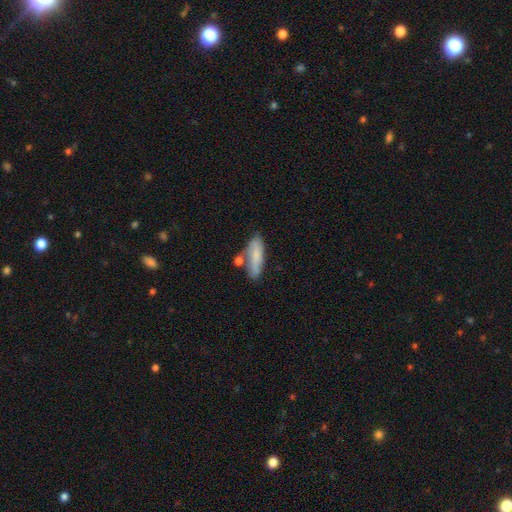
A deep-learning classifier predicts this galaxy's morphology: type=smooth (76%); roundness=cigar-shaped (51%); merging=none (62%).